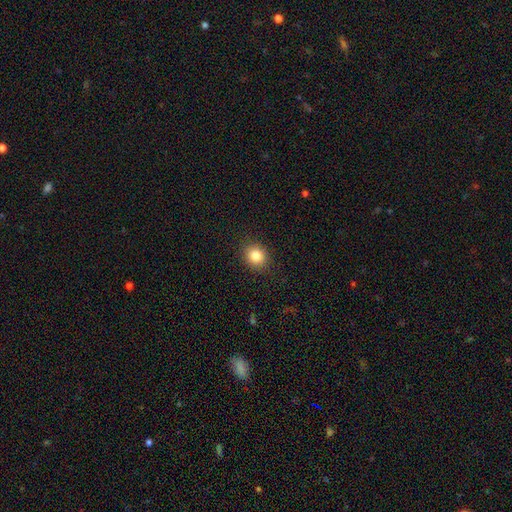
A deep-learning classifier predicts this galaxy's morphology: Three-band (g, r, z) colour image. It shows a smooth galaxy with no disk features (84%) that is round (73%). Merging: none (89%).